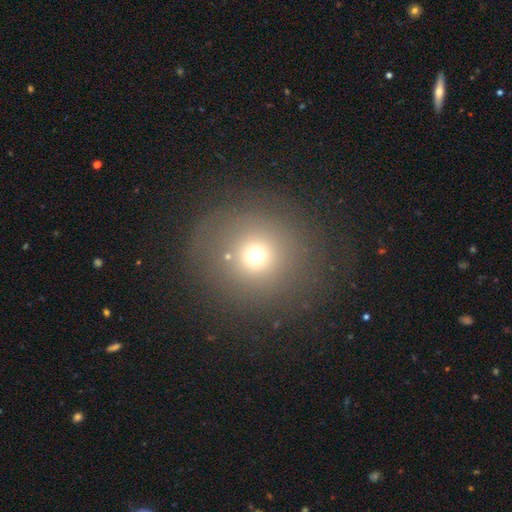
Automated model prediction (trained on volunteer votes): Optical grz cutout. It shows a smooth galaxy with no disk features (67%) that is round (92%). Merging: none (77%).